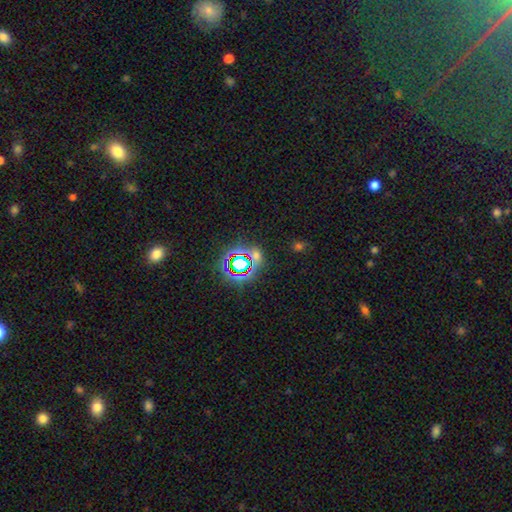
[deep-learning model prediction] Q: Smooth or featured?
A: star or artifact (63%); runner-up: smooth (27%)